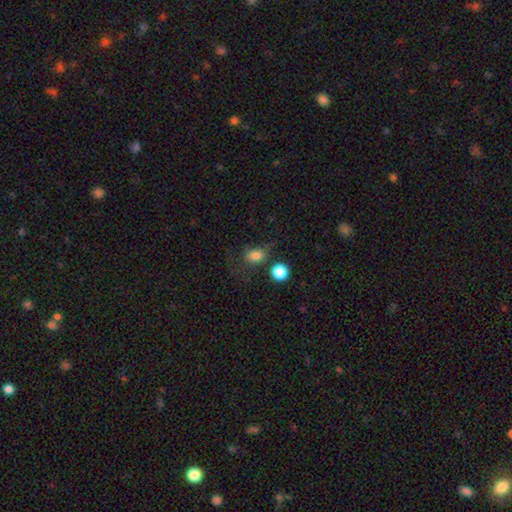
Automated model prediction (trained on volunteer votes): The model was most divided on "how rounded": in between: 57%, round: 42%, cigar-shaped: 2%. More confident: smooth or featured — smooth (78%); merging — none (51%).